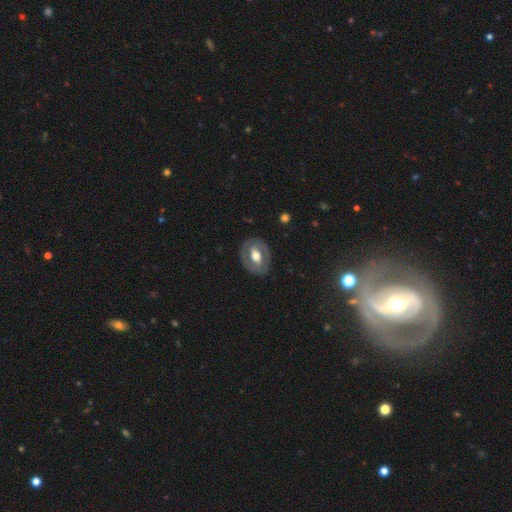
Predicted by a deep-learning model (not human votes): Q: Smooth or featured?
A: featured or disk (56%); runner-up: smooth (38%)
Q: Edge-on disk?
A: no (92%); runner-up: yes (8%)
Q: Bar?
A: no (45%); runner-up: weak (33%)
Q: Spiral arms?
A: no (76%); runner-up: yes (24%)
Q: Bulge size?
A: moderate (66%); runner-up: large (24%)
Q: Merging?
A: none (83%); runner-up: minor disturbance (12%)